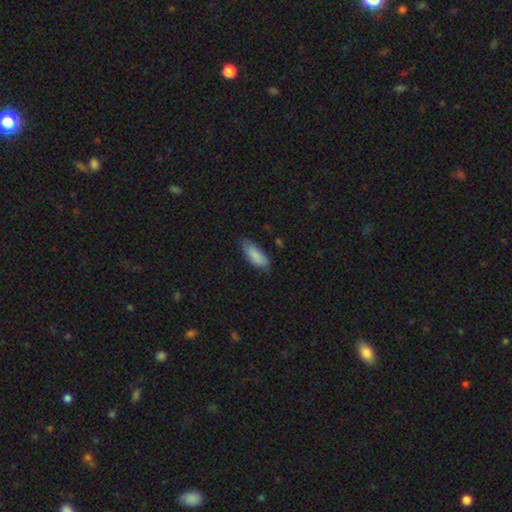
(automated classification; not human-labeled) Smooth or featured?
  - smooth: 84% *
  - featured or disk: 10%
  - star or artifact: 6%
How rounded?
  - in between: 81% *
  - cigar-shaped: 18%
  - round: 2%
Merging?
  - none: 71% *
  - minor disturbance: 23%
  - major disturbance: 4%
  - merger: 1%